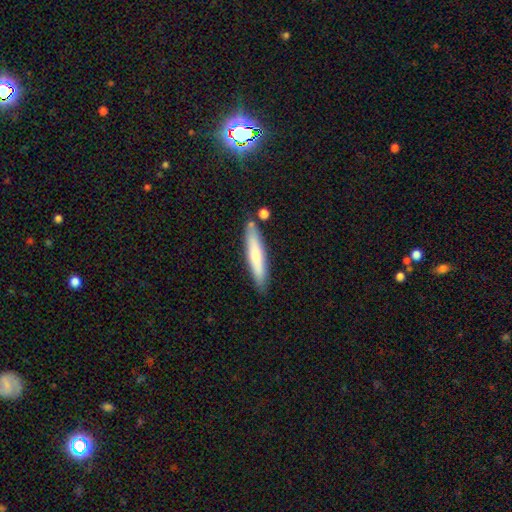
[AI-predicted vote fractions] Smooth or featured? Predicted: smooth (p=0.65). How rounded? Predicted: cigar-shaped (p=0.88). Merging? Predicted: none (p=0.79).